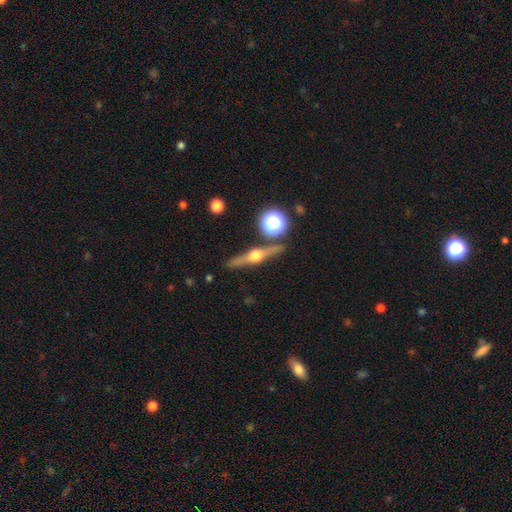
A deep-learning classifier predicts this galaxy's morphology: Overall: featured or disk (77%). Edge-on disk: yes (97%). Edge-on bulge: rounded (96%). Merging: none (87%).